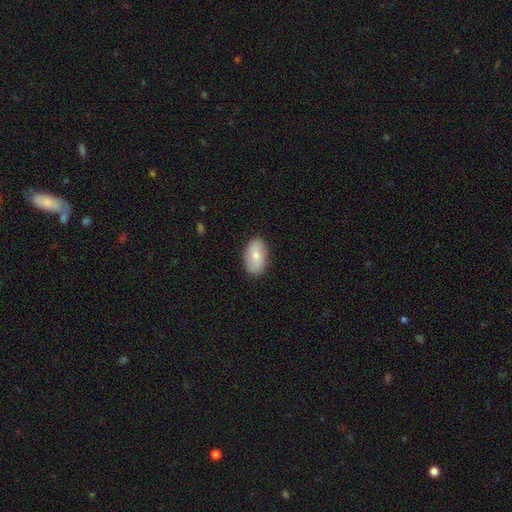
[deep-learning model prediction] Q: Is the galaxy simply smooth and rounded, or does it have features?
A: smooth — 70%.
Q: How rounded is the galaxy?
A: in between — 92%.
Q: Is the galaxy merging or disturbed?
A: none — 85%.